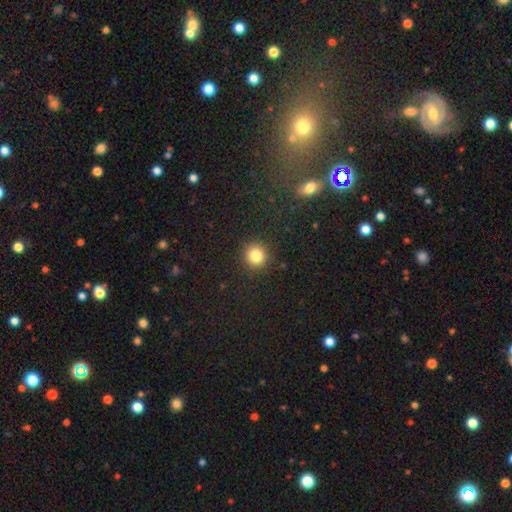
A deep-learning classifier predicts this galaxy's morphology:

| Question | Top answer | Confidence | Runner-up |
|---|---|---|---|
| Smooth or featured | smooth | 83% | star or artifact (12%) |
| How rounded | round | 93% | in between (6%) |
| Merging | none | 91% | minor disturbance (5%) |